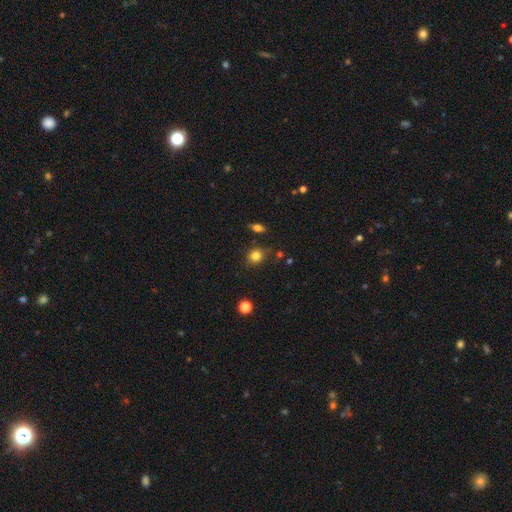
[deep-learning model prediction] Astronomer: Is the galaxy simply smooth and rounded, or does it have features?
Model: smooth — 82%.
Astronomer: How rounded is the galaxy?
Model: round — 73%.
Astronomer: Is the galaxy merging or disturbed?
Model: none — 79%.